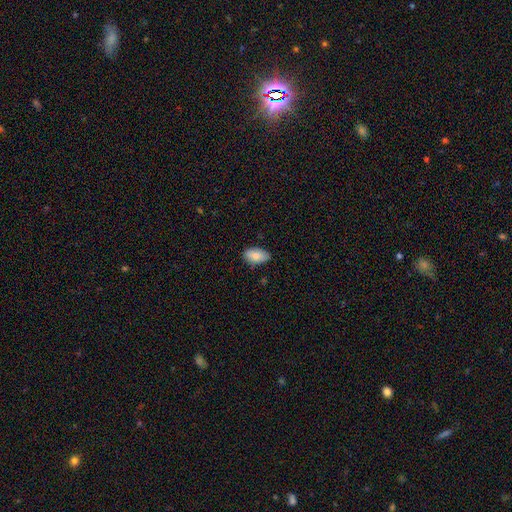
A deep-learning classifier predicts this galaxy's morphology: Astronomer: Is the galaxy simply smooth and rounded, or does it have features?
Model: smooth — 82%.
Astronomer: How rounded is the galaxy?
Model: in between — 93%.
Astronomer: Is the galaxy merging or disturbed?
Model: none — 76%.